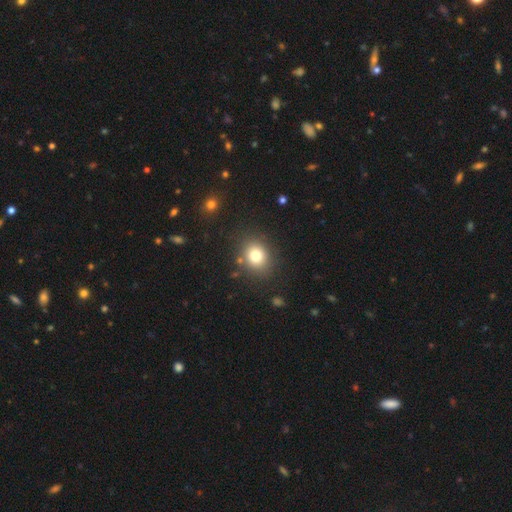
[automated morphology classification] smooth_or_featured: smooth (p=0.78) [alt: star or artifact p=0.13]
how_rounded: round (p=0.68) [alt: in between p=0.32]
merging: none (p=0.85) [alt: minor disturbance p=0.09]